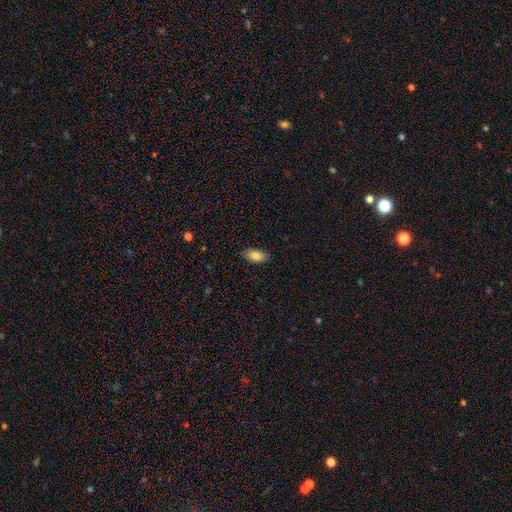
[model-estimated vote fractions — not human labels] Smooth or featured? Predicted: smooth (p=0.82). How rounded? Predicted: in between (p=0.92). Merging? Predicted: none (p=0.86).